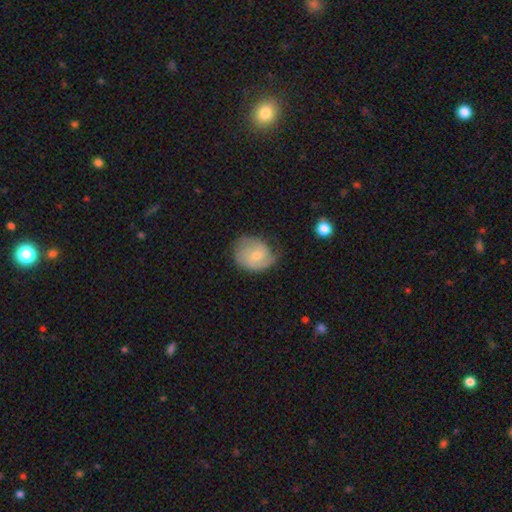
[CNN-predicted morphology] type=featured or disk (56%); edge-on=no (97%); bar=no (61%); spiral arms=yes (86%); bulge=small (52%); merging=none (55%).